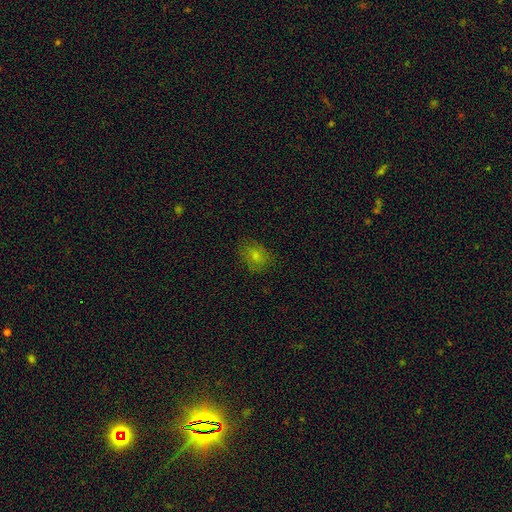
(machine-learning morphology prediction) Q: Smooth or featured?
A: smooth (65%); runner-up: star or artifact (21%)
Q: How rounded?
A: round (52%); runner-up: in between (47%)
Q: Merging?
A: none (79%); runner-up: minor disturbance (15%)